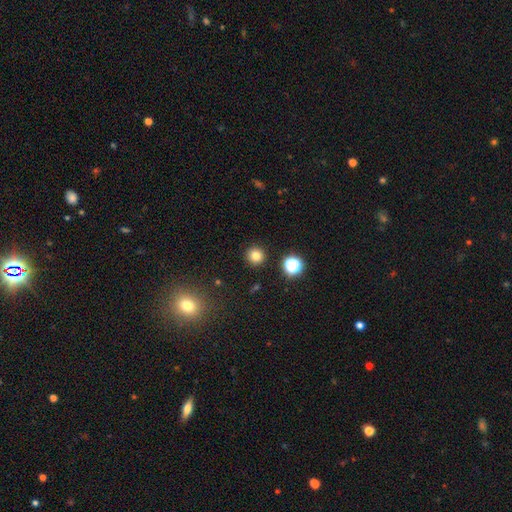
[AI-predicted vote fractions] Overall: smooth (79%). How rounded: round (95%). Merging: none (91%).